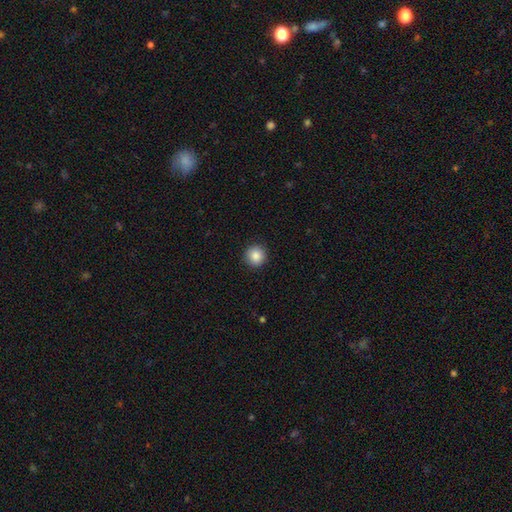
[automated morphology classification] smooth_or_featured: smooth (p=0.88) [alt: star or artifact p=0.09]
how_rounded: round (p=0.94) [alt: in between p=0.05]
merging: none (p=0.92) [alt: minor disturbance p=0.05]